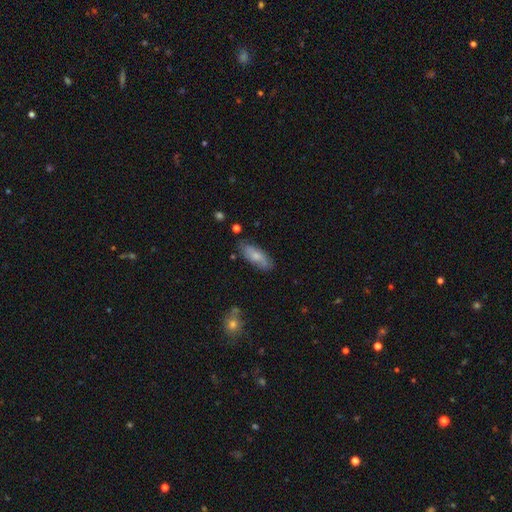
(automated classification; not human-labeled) Overall: smooth (61%; featured or disk 33%). How rounded: in between (76%). Merging: none (73%).